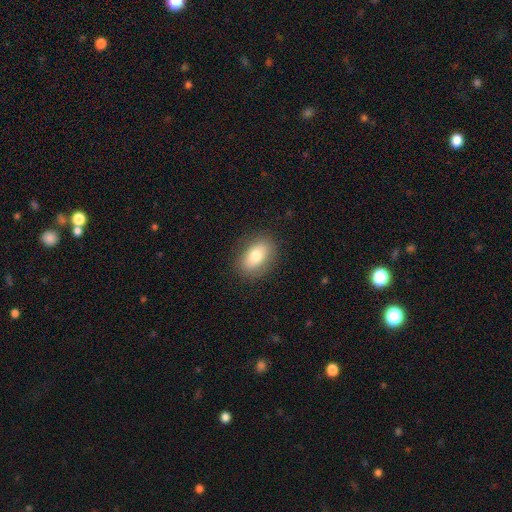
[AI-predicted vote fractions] Morphology: type=smooth (75%); roundness=in between (85%); merging=none (86%).